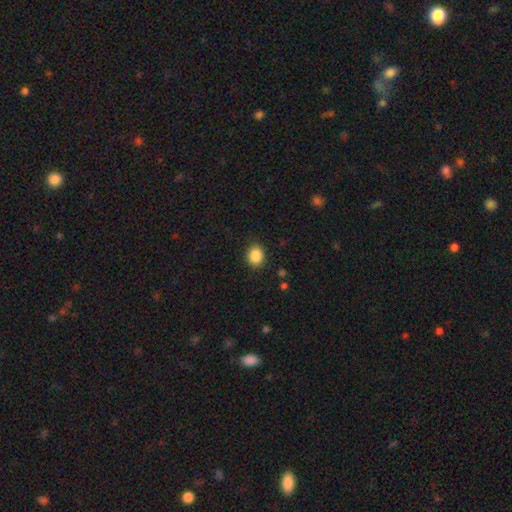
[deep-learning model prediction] Smooth or featured? smooth (87%)
How rounded? round (65%)
Merging? none (88%)